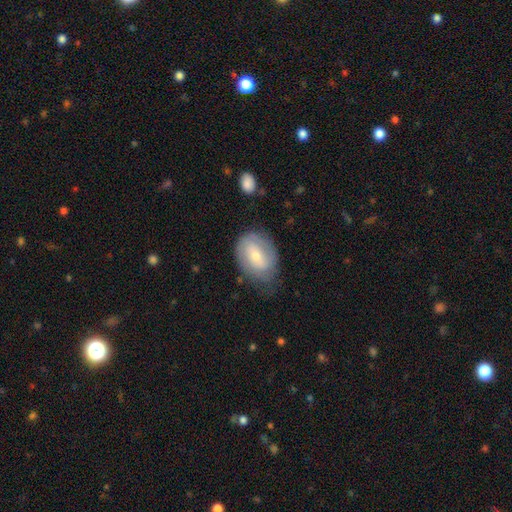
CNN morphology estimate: Q: Smooth or featured?
A: featured or disk (54%); runner-up: smooth (39%)
Q: Edge-on disk?
A: no (95%); runner-up: yes (5%)
Q: Bar?
A: no (43%); runner-up: weak (41%)
Q: Spiral arms?
A: yes (67%); runner-up: no (33%)
Q: Bulge size?
A: small (56%); runner-up: moderate (40%)
Q: Merging?
A: none (64%); runner-up: minor disturbance (25%)